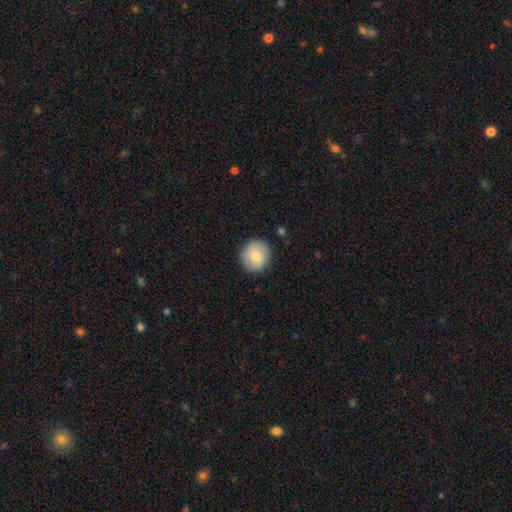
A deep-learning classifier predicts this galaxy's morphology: Smooth or featured? Predicted: smooth (p=0.77). How rounded? Predicted: round (p=0.90). Merging? Predicted: none (p=0.87).